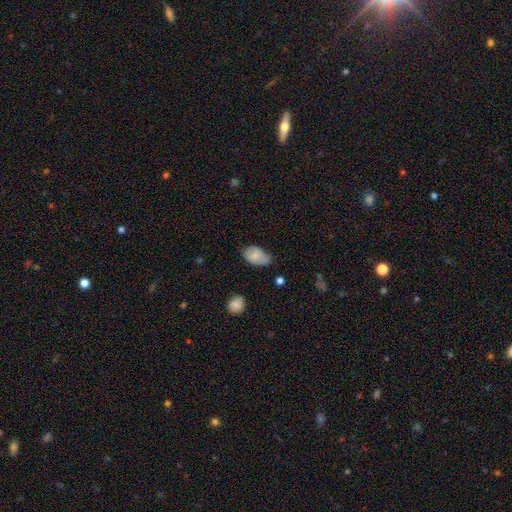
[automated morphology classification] Smooth or featured? Predicted: smooth (p=0.77). How rounded? Predicted: in between (p=0.91). Merging? Predicted: none (p=0.48).